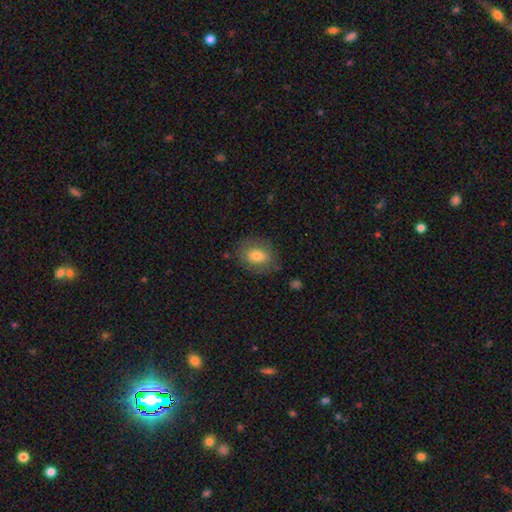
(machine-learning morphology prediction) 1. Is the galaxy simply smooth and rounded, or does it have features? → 71% smooth, 19% featured or disk, 10% star or artifact.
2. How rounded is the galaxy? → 64% in between, 35% round, 2% cigar-shaped.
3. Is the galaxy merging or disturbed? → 79% none, 15% minor disturbance, 5% major disturbance, 2% merger.